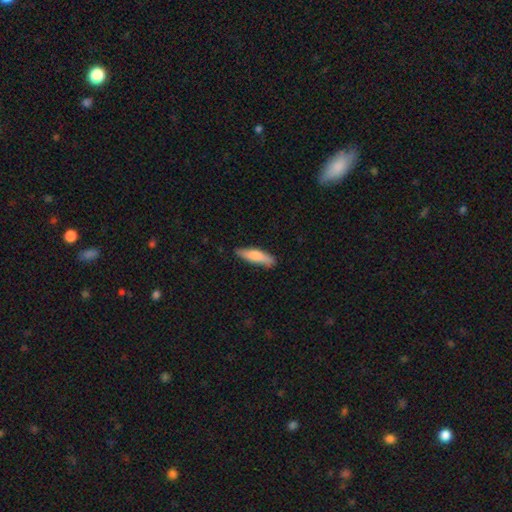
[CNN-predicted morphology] type=smooth (78%); roundness=cigar-shaped (69%); merging=none (82%).